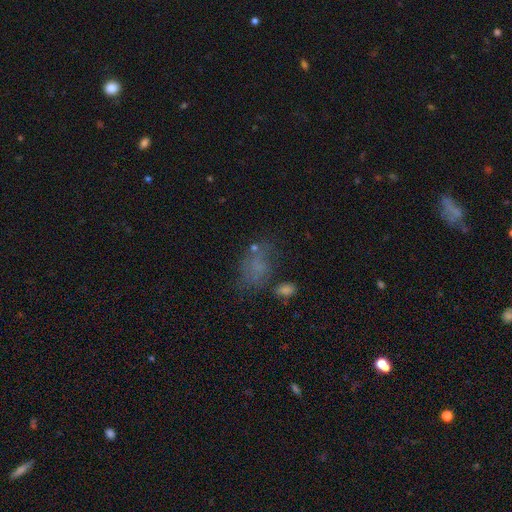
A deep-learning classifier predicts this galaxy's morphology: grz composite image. It shows a smooth galaxy with no disk features (54%) that is in between round and cigar-shaped (81%). Merging: none (42%).